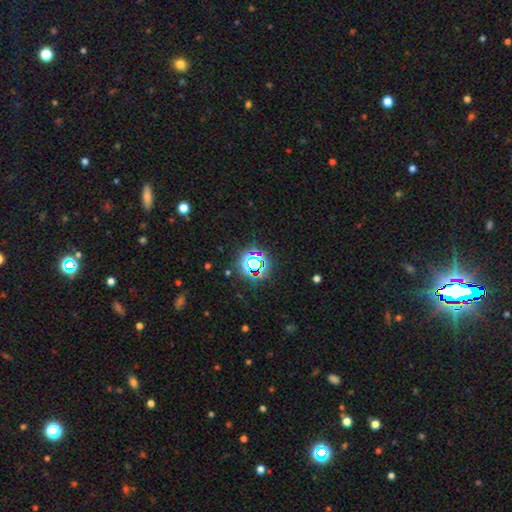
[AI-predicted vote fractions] A star or artifact, not a galaxy (73%).